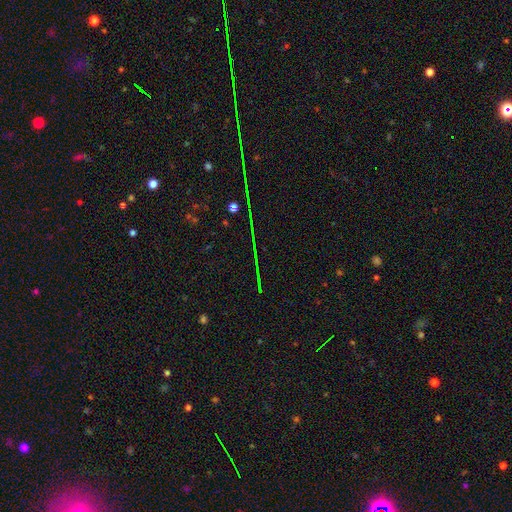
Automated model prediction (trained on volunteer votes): Smooth or featured? star or artifact (80%)